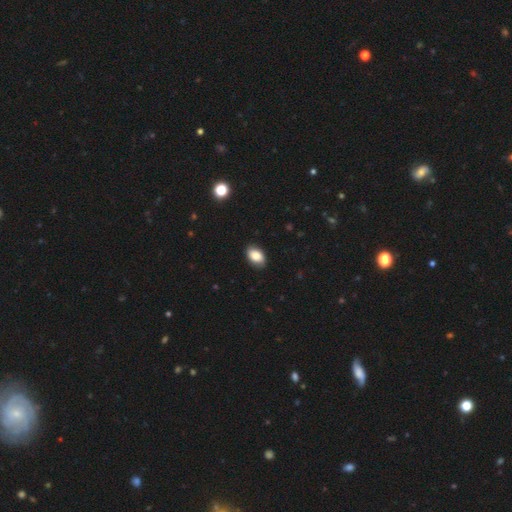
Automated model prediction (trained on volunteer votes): smooth-or-featured: smooth: 83% | featured or disk: 10% | star or artifact: 8%
  how-rounded: in between: 88% | round: 11% | cigar-shaped: 1%
  merging: none: 87% | minor disturbance: 10% | major disturbance: 2% | merger: 1%